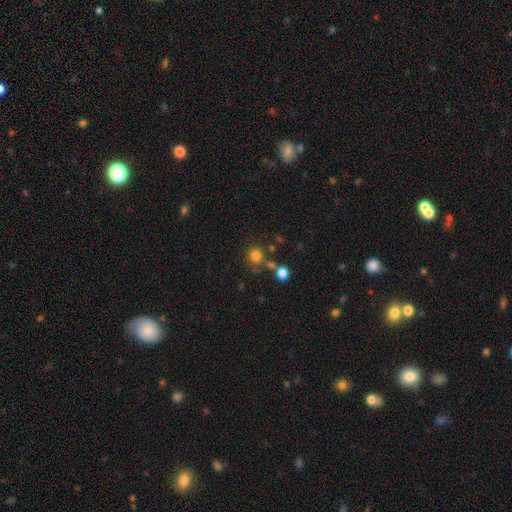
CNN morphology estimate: This is likely a smooth galaxy (79%). How rounded: clearly round (89%). Merging: likely none (68%).